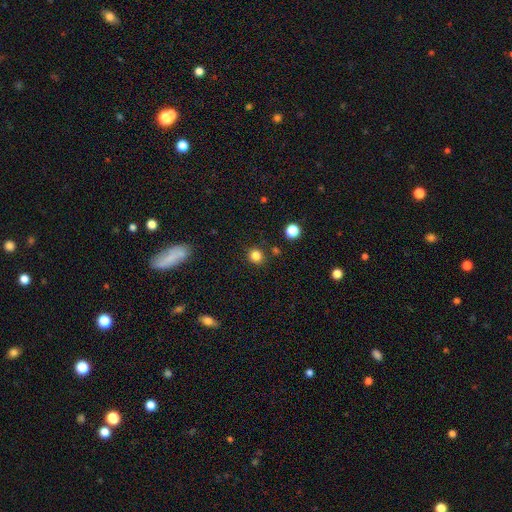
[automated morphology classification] Smooth or featured? Predicted: smooth (p=0.83). How rounded? Predicted: round (p=0.86). Merging? Predicted: none (p=0.86).